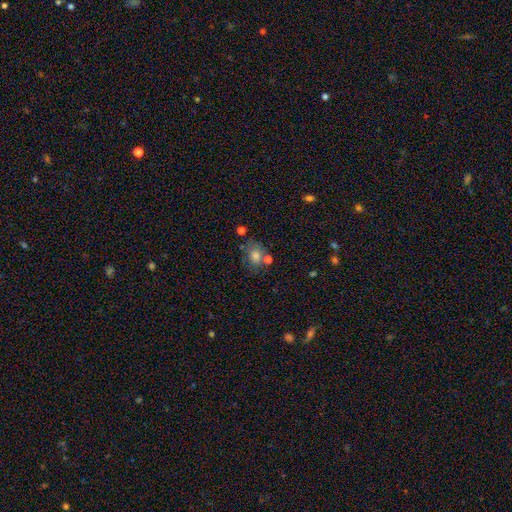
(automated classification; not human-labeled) Smooth or featured?
  - smooth: 70% *
  - featured or disk: 15%
  - star or artifact: 15%
How rounded?
  - round: 51% *
  - in between: 48%
  - cigar-shaped: 1%
Merging?
  - none: 61% *
  - minor disturbance: 17%
  - merger: 16%
  - major disturbance: 6%